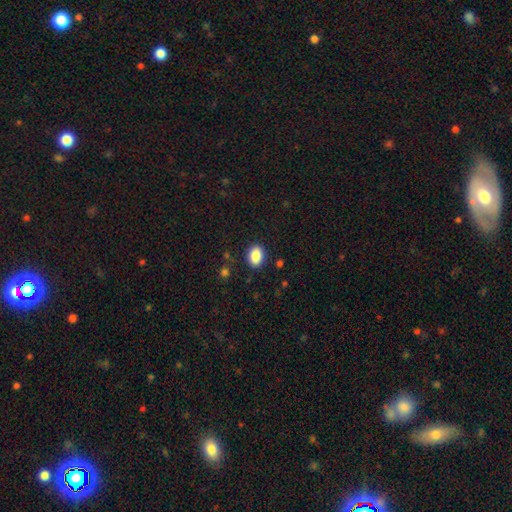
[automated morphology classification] This is clearly a smooth galaxy (87%). How rounded: likely in between (72%). Merging: clearly none (88%).